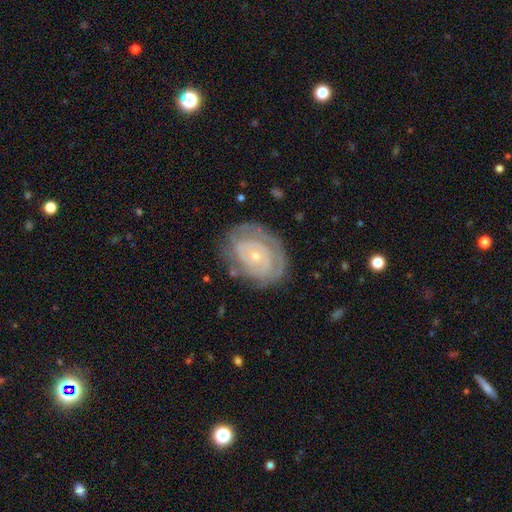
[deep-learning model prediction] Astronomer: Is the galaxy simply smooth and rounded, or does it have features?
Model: featured or disk — 79%.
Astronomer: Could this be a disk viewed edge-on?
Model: no — 97%.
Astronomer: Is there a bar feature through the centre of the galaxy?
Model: no — 79%.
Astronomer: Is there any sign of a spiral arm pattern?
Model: yes — 84%.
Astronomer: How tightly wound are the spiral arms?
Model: tight — 75%.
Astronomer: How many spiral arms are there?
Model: can't tell — 41% (runner-up: 2, 31%).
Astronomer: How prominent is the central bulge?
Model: small — 78%.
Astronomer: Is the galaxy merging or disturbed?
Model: none — 73%.